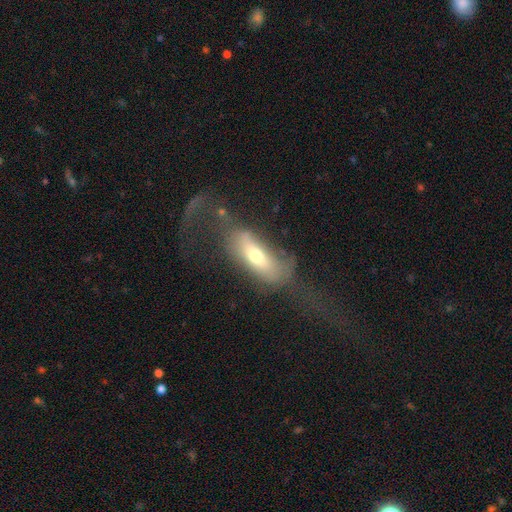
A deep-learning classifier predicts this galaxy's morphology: smooth 51%, featured or disk 41%, star or artifact 8%. Down the decision tree: how rounded — in between (70%); merging — major disturbance (56%).